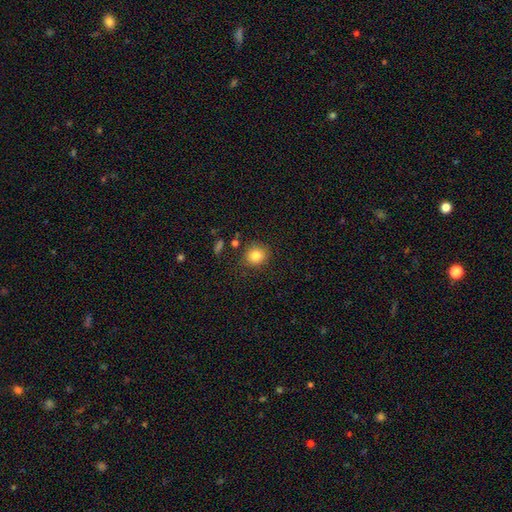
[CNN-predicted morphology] smooth-or-featured: smooth: 82% | star or artifact: 11% | featured or disk: 7%
  how-rounded: round: 85% | in between: 14% | cigar-shaped: 1%
  merging: none: 84% | minor disturbance: 10% | merger: 3% | major disturbance: 3%